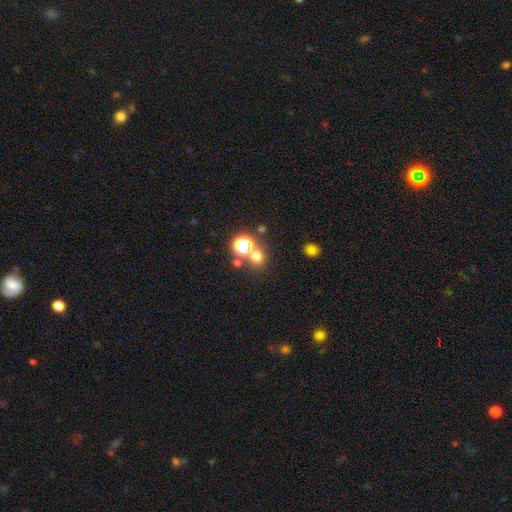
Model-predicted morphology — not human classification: Q: Smooth or featured?
A: smooth (67%); runner-up: star or artifact (26%)
Q: How rounded?
A: round (82%); runner-up: in between (17%)
Q: Merging?
A: none (64%); runner-up: merger (25%)